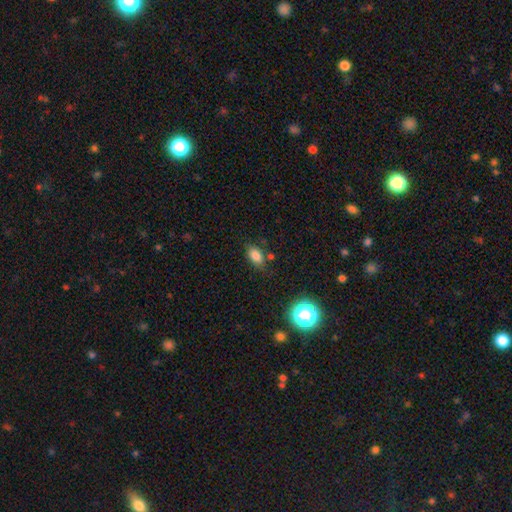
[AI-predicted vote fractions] Smooth or featured: smooth — 81% (star or artifact — 12%)
How rounded: in between — 86% (round — 11%)
Merging: none — 78% (minor disturbance — 15%)